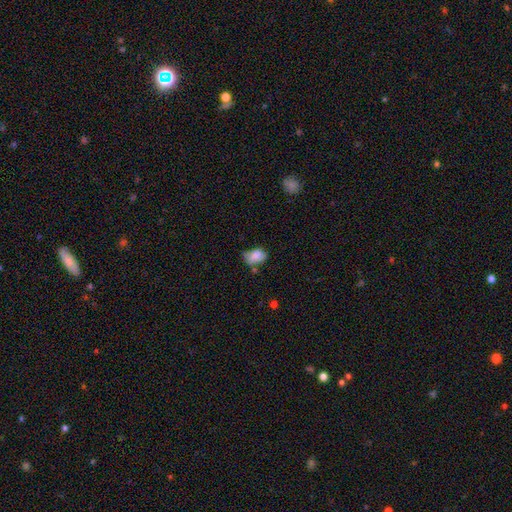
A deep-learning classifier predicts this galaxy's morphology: A smooth galaxy with no disk features (78%) that is in between round and cigar-shaped (79%). Merging: none (40%).